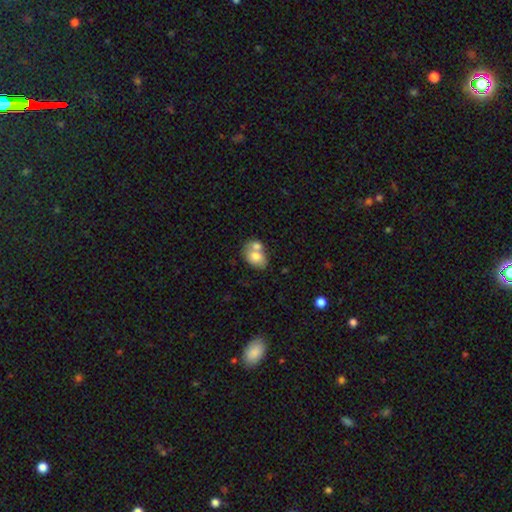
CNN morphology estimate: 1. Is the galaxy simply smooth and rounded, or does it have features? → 71% smooth, 22% featured or disk, 7% star or artifact.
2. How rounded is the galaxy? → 77% in between, 22% round, 1% cigar-shaped.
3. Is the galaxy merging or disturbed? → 51% merger, 33% none, 12% minor disturbance, 4% major disturbance.